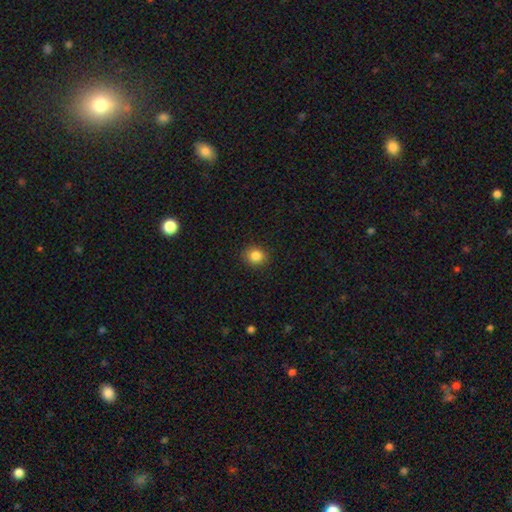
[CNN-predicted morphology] A smooth galaxy with no disk features (84%) that is round (77%). Merging: none (90%).